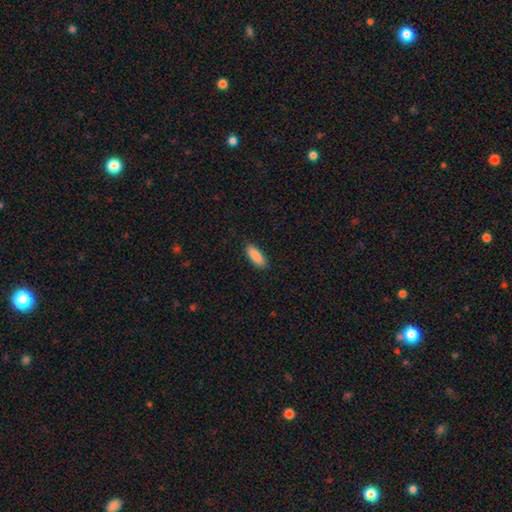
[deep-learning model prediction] Smooth or featured: smooth — 89% (star or artifact — 6%)
How rounded: in between — 68% (cigar-shaped — 30%)
Merging: none — 88% (minor disturbance — 9%)